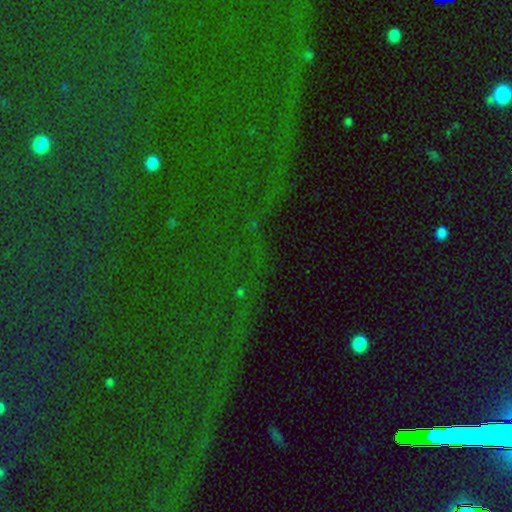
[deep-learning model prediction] A star or artifact, not a galaxy (81%).